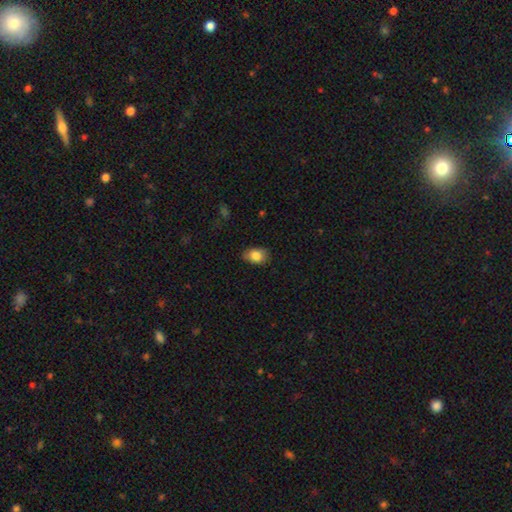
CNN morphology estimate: The model was most divided on "merging": none: 80%, minor disturbance: 16%, major disturbance: 3%, merger: 1%. More confident: smooth or featured — smooth (84%); how rounded — in between (83%).